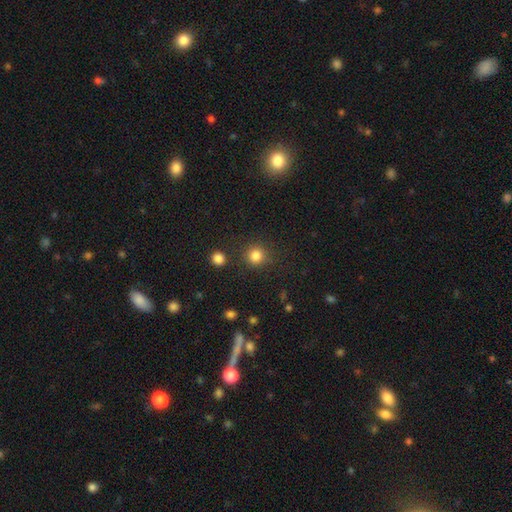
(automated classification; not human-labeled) smooth-or-featured: smooth: 84% | star or artifact: 12% | featured or disk: 4%
  how-rounded: round: 92% | in between: 7% | cigar-shaped: 1%
  merging: none: 86% | minor disturbance: 7% | merger: 4% | major disturbance: 3%